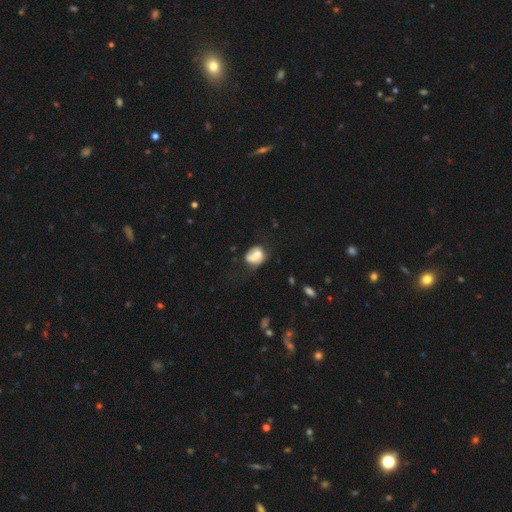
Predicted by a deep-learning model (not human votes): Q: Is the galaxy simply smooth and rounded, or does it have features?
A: smooth — 59%.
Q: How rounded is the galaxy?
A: in between — 56%.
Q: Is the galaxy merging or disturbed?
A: none — 35%.